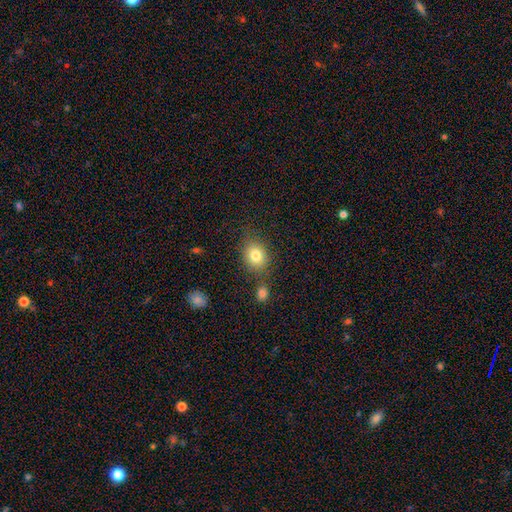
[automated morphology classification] Q: Smooth or featured?
A: smooth (80%); runner-up: star or artifact (10%)
Q: How rounded?
A: round (53%); runner-up: in between (46%)
Q: Merging?
A: none (68%); runner-up: minor disturbance (15%)